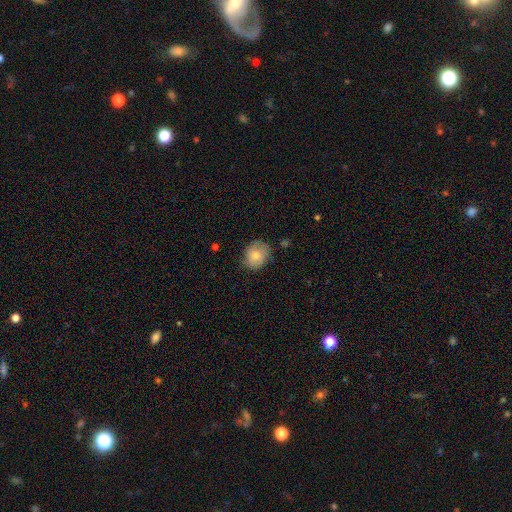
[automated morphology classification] The model was most divided on "how rounded": round: 66%, in between: 33%, cigar-shaped: 1%. More confident: smooth or featured — smooth (75%); merging — none (70%).